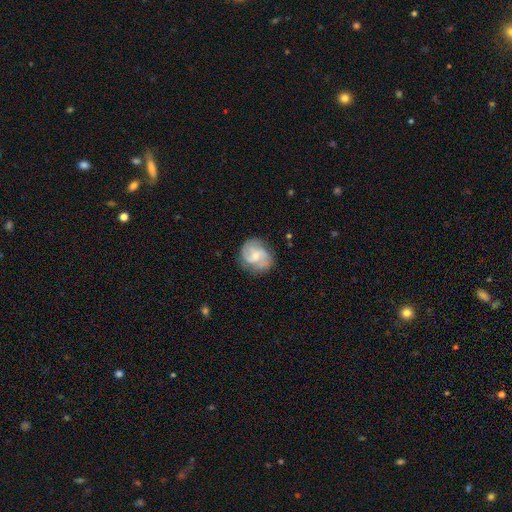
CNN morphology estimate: smooth-or-featured: featured or disk: 70% | smooth: 24% | star or artifact: 6%
  disk-edge-on: no: 98% | yes: 2%
    bar: no: 46% | weak: 45% | strong: 9%
    has-spiral-arms: yes: 91% | no: 9%
      spiral-winding: medium: 48% | tight: 30% | loose: 22%
      spiral-arm-count: 2: 63% | can't tell: 16% | 3: 13% | 1: 3% | 4: 3% | more than 4: 2%
    bulge-size: small: 56% | moderate: 37% | none: 5% | large: 2% | dominant: 1%
  merging: none: 70% | minor disturbance: 20% | major disturbance: 8% | merger: 2%